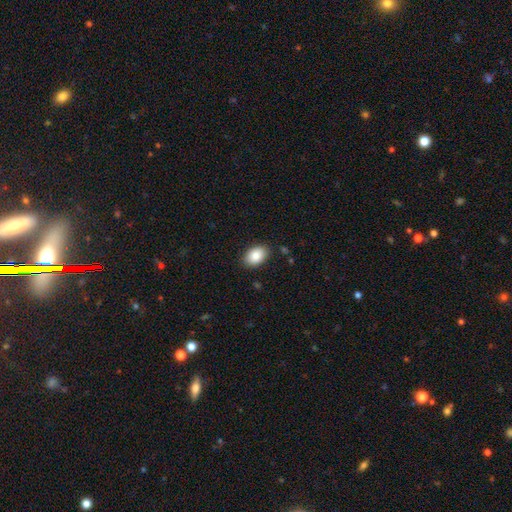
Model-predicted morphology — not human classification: The model was most divided on "how rounded": in between: 87%, round: 12%, cigar-shaped: 1%. More confident: merging — none (87%); smooth or featured — smooth (87%).